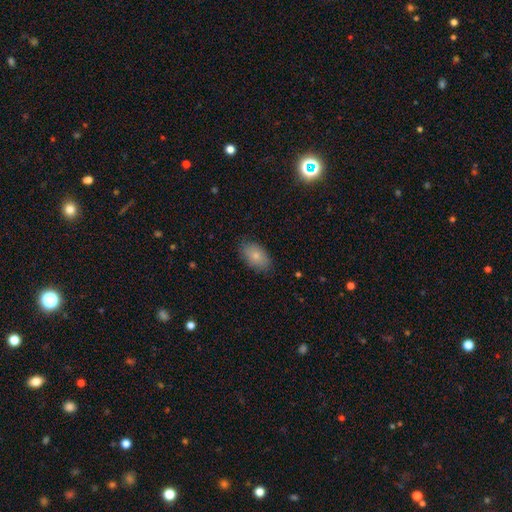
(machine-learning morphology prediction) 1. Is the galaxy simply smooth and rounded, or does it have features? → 81% smooth, 12% featured or disk, 7% star or artifact.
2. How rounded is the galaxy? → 91% in between, 7% round, 2% cigar-shaped.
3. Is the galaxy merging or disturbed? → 83% none, 13% minor disturbance, 3% major disturbance, 1% merger.